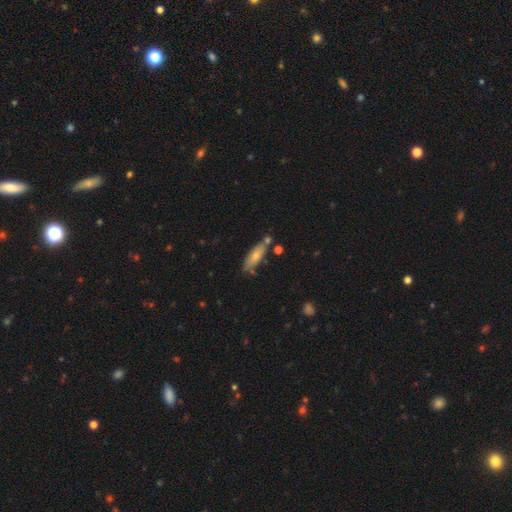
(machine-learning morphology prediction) Smooth or featured? smooth (69%)
How rounded? in between (53%)
Merging? none (67%)